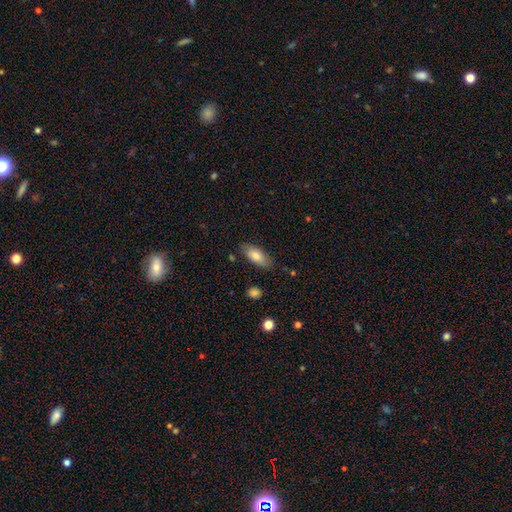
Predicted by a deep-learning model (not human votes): Morphology: type=smooth (77%); roundness=in between (82%); merging=none (81%).